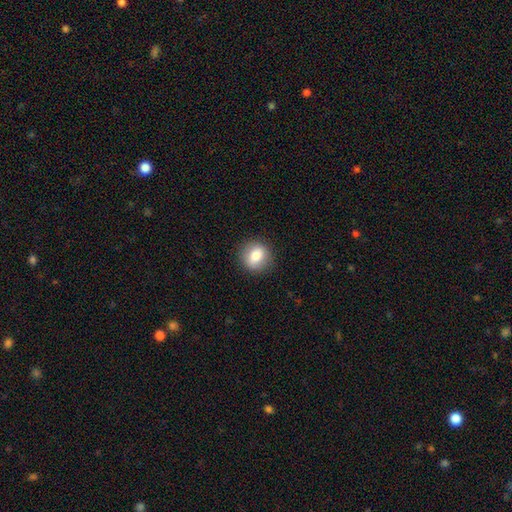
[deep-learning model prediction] Smooth or featured?
  - smooth: 77% *
  - featured or disk: 14%
  - star or artifact: 9%
How rounded?
  - round: 80% *
  - in between: 19%
  - cigar-shaped: 1%
Merging?
  - none: 88% *
  - minor disturbance: 8%
  - major disturbance: 3%
  - merger: 1%